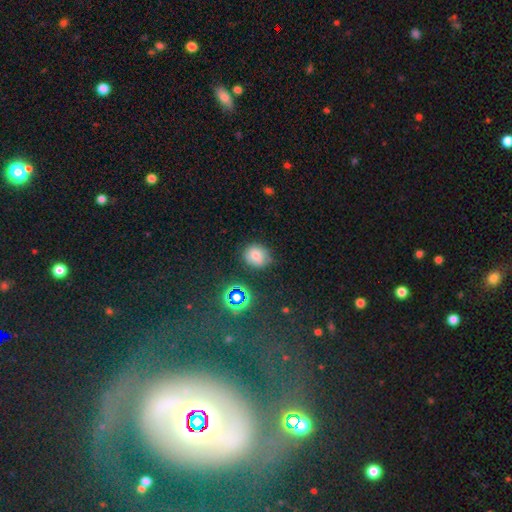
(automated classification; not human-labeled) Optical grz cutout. It shows a smooth galaxy with no disk features (71%) that is round (72%). Merging: none (72%).